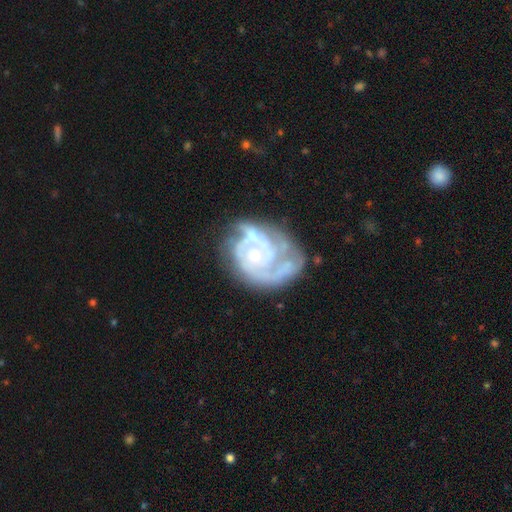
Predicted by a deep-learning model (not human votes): The model was most divided on "spiral arm count": 2: 35%, can't tell: 24%, 3: 22%, 1: 10%, 4: 5%, more than 4: 4%. Remaining: edge-on disk — no (98%); spiral arms — yes (89%); smooth or featured — featured or disk (86%); bar — no (77%); spiral winding — tight (57%); bulge size — small (56%); merging — none (44%).